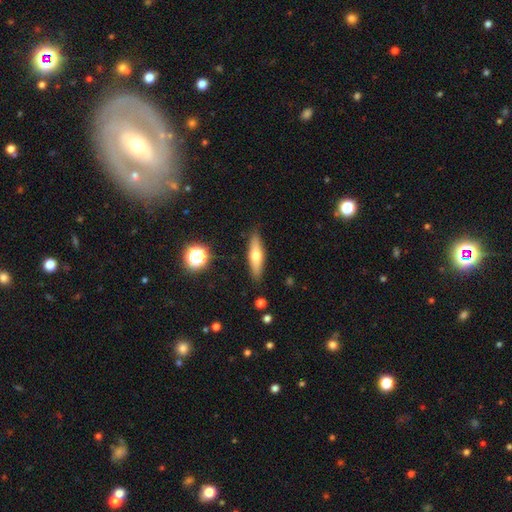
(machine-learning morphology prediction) Smooth or featured?
  - smooth: 54% *
  - featured or disk: 38%
  - star or artifact: 8%
How rounded?
  - cigar-shaped: 66% *
  - in between: 31%
  - round: 3%
Merging?
  - none: 88% *
  - minor disturbance: 9%
  - major disturbance: 2%
  - merger: 2%